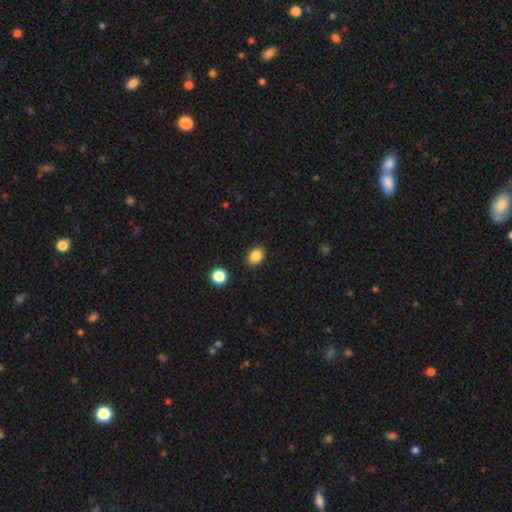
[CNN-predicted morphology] The model was most divided on "how rounded": in between: 76%, round: 23%, cigar-shaped: 1%. More confident: merging — none (88%); smooth or featured — smooth (86%).